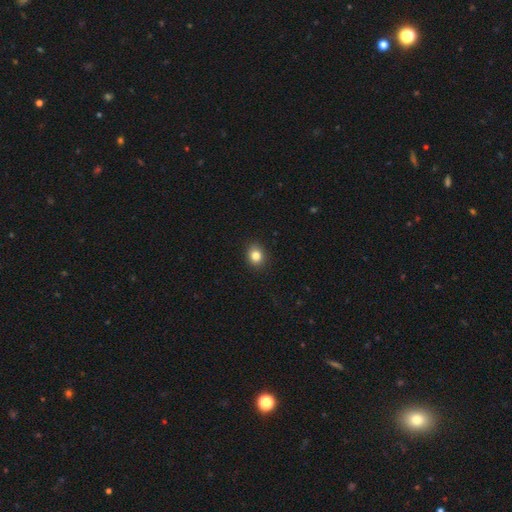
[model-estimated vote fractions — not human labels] Q: Smooth or featured?
A: smooth (83%); runner-up: star or artifact (11%)
Q: How rounded?
A: round (65%); runner-up: in between (34%)
Q: Merging?
A: none (90%); runner-up: minor disturbance (7%)